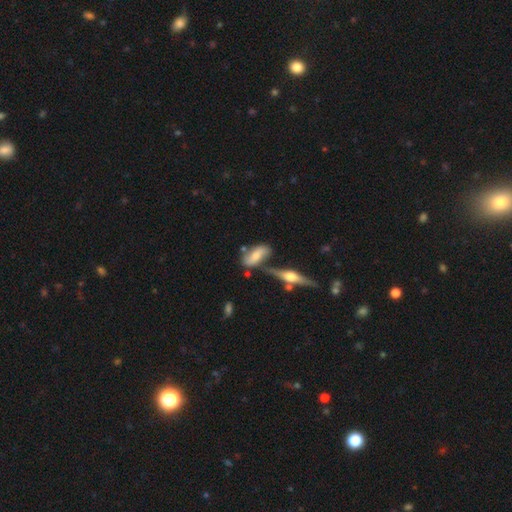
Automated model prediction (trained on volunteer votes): Smooth or featured?
  - smooth: 50% *
  - featured or disk: 43%
  - star or artifact: 8%
Merging?
  - none: 52% *
  - merger: 21%
  - minor disturbance: 20%
  - major disturbance: 8%